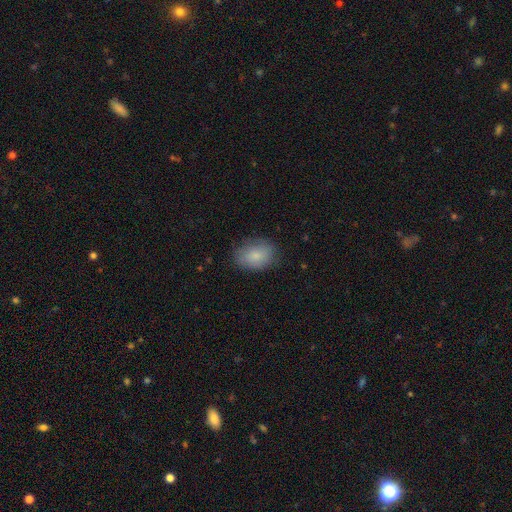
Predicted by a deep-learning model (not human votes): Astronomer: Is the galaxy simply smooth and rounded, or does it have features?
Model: smooth — 83%.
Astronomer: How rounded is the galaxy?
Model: in between — 81%.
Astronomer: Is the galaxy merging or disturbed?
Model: none — 79%.